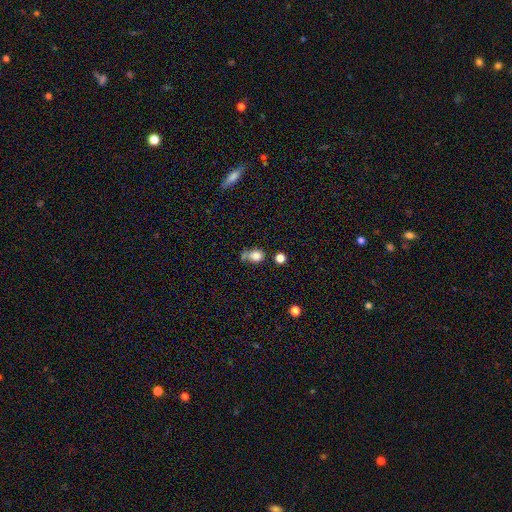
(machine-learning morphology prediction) smooth 81%, star or artifact 11%, featured or disk 8%. Down the decision tree: how rounded — round (58%); merging — none (43%).